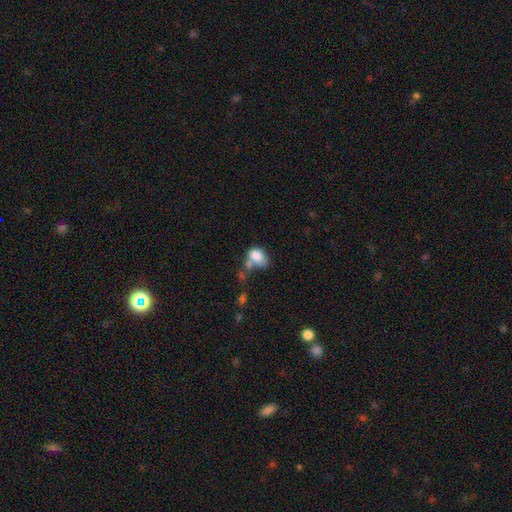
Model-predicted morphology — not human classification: A smooth galaxy with no disk features (79%) that is in between round and cigar-shaped (78%). Merging: merger (34%).